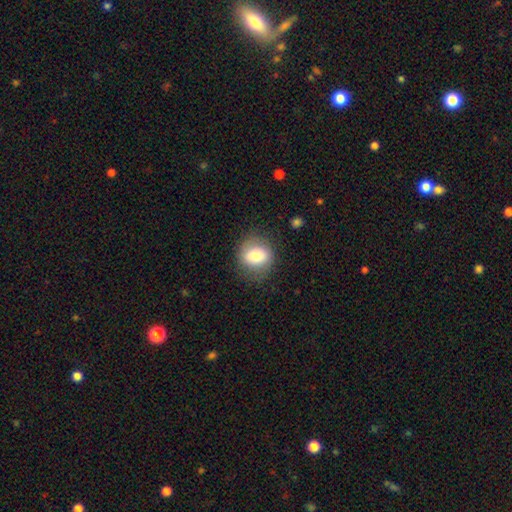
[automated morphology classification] type=smooth (73%); roundness=round (75%); merging=none (81%).